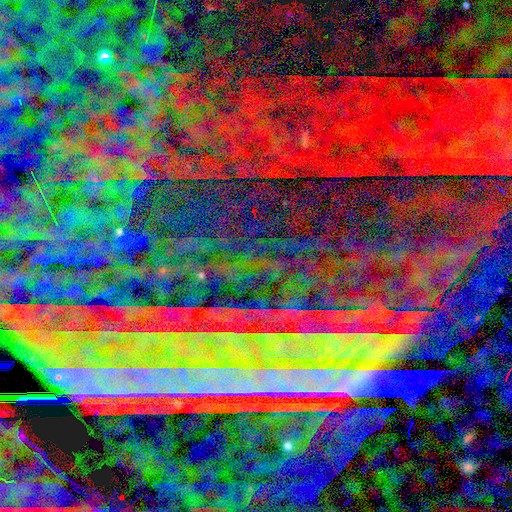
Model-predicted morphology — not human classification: smooth-or-featured: star or artifact: 87% | featured or disk: 7% | smooth: 6%